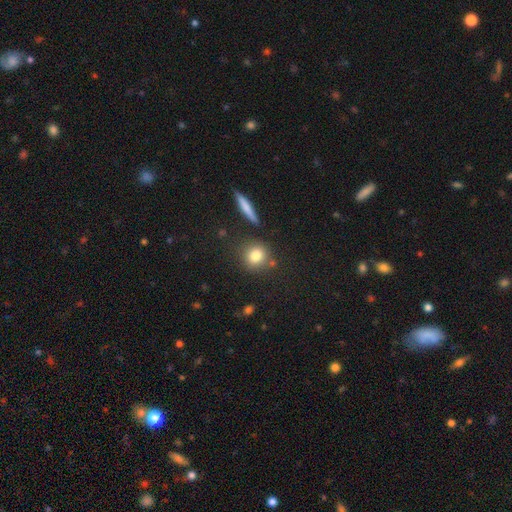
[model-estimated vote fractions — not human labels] Smooth or featured? Predicted: smooth (p=0.81). How rounded? Predicted: round (p=0.82). Merging? Predicted: none (p=0.78).